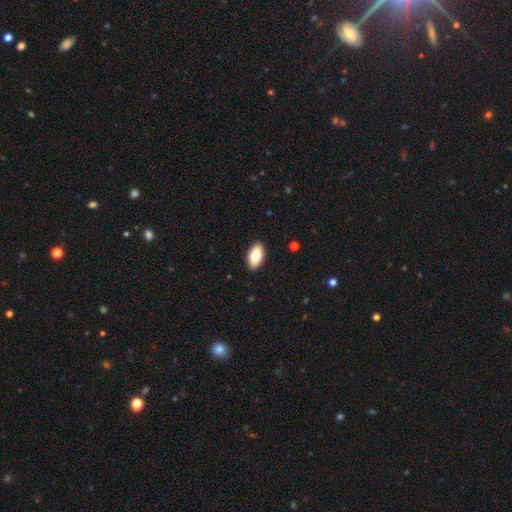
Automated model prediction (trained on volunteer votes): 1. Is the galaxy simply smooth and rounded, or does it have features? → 85% smooth, 9% featured or disk, 6% star or artifact.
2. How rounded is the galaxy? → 94% in between, 3% cigar-shaped, 3% round.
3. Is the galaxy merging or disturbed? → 90% none, 8% minor disturbance, 2% major disturbance, 1% merger.